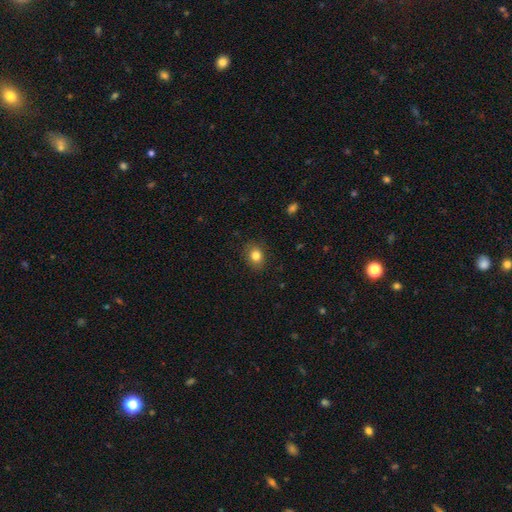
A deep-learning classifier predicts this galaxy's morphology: Smooth or featured? smooth (82%)
How rounded? round (51%)
Merging? none (87%)